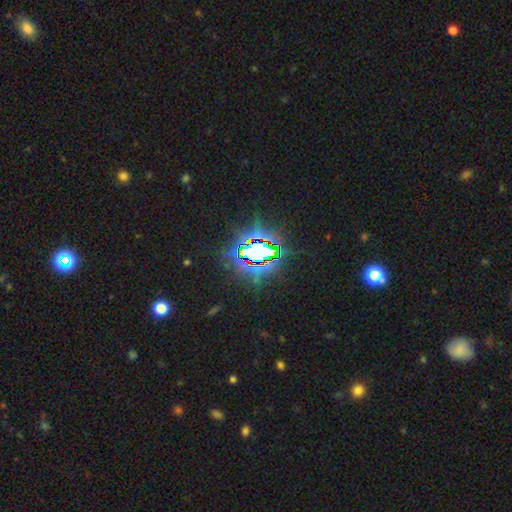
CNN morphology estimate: Smooth or featured?
  - star or artifact: 77% *
  - smooth: 13%
  - featured or disk: 9%